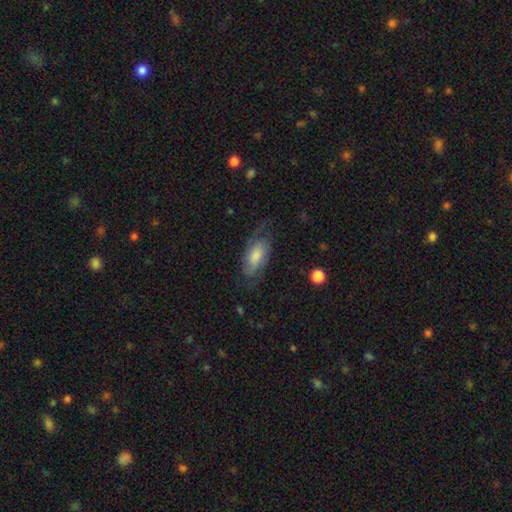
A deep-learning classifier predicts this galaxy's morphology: smooth_or_featured: featured or disk (p=0.58) [alt: smooth p=0.35]
disk_edge_on: no (p=0.91) [alt: yes p=0.09]
bar: no (p=0.59) [alt: weak p=0.33]
has_spiral_arms: yes (p=0.89) [alt: no p=0.11]
bulge_size: moderate (p=0.40) [alt: large p=0.24]
merging: none (p=0.65) [alt: minor disturbance p=0.21]